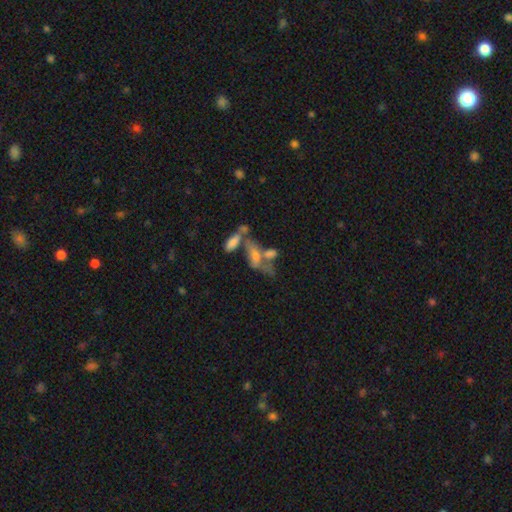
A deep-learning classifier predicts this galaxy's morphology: smooth 44%, featured or disk 41%, star or artifact 15%. Down the decision tree: merging — merger (42%).